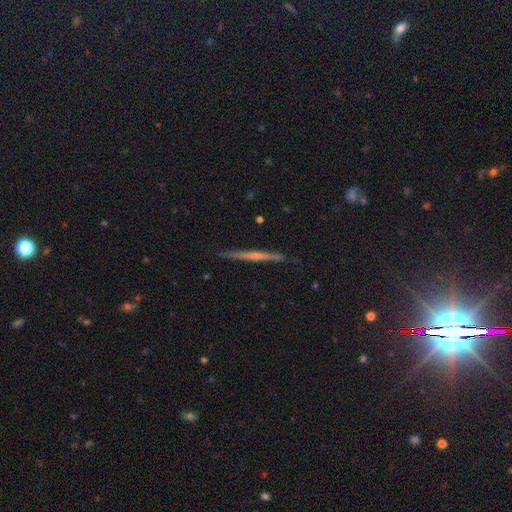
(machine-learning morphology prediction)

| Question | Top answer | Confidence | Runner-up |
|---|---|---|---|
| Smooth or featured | featured or disk | 63% | smooth (31%) |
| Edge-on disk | yes | 98% | no (2%) |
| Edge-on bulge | none | 60% | rounded (31%) |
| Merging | none | 90% | minor disturbance (7%) |